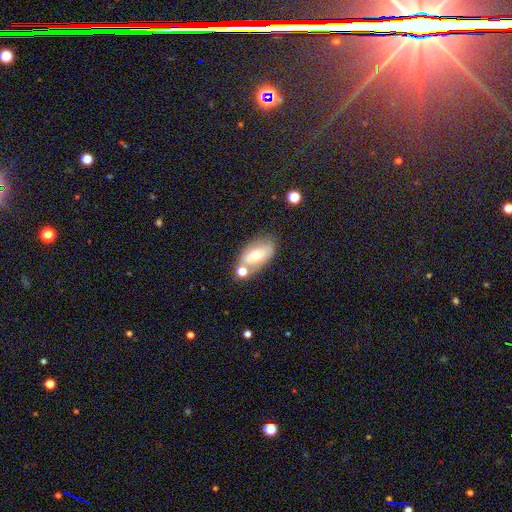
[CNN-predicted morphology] Smooth or featured?
  - smooth: 52% *
  - featured or disk: 39%
  - star or artifact: 9%
How rounded?
  - in between: 90% *
  - round: 7%
  - cigar-shaped: 4%
Merging?
  - none: 51% *
  - merger: 24%
  - minor disturbance: 18%
  - major disturbance: 7%